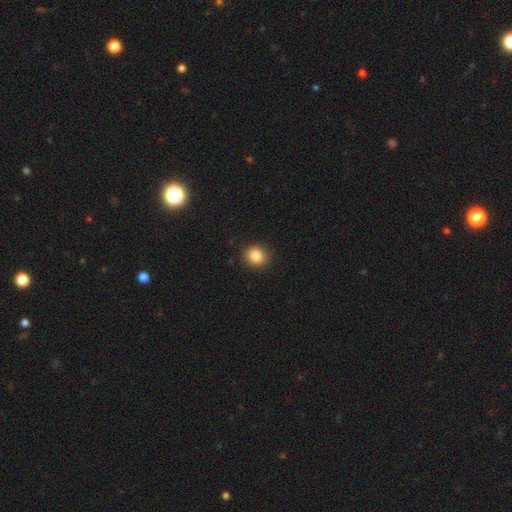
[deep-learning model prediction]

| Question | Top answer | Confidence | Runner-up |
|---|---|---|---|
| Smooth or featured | smooth | 85% | star or artifact (10%) |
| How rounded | round | 73% | in between (26%) |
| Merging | none | 89% | minor disturbance (7%) |